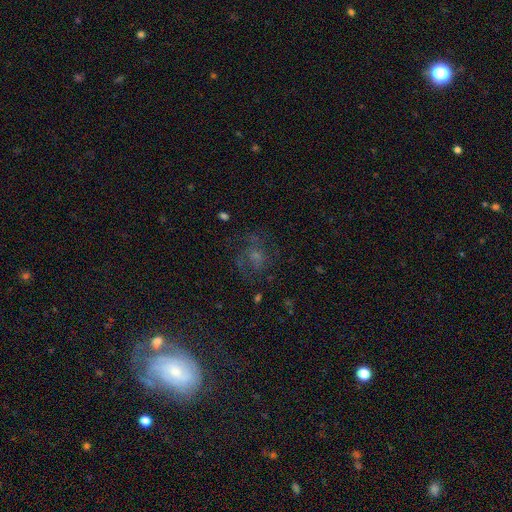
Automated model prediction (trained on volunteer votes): The model was most divided on "smooth or featured": featured or disk: 51%, star or artifact: 27%, smooth: 23%. More confident: edge-on disk — no (96%); merging — none (61%).